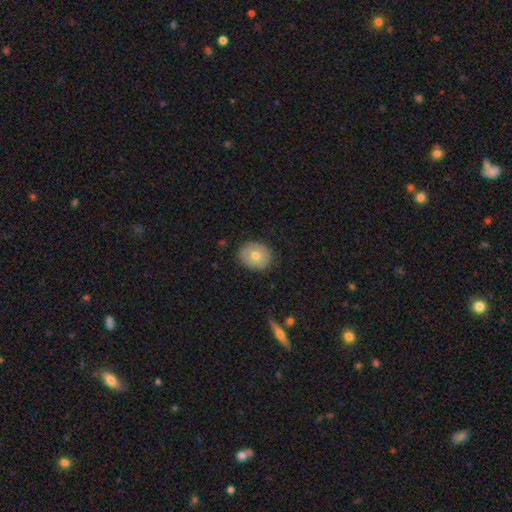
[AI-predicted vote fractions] smooth 63%, featured or disk 29%, star or artifact 8%. Down the decision tree: how rounded — round (63%); merging — none (86%).